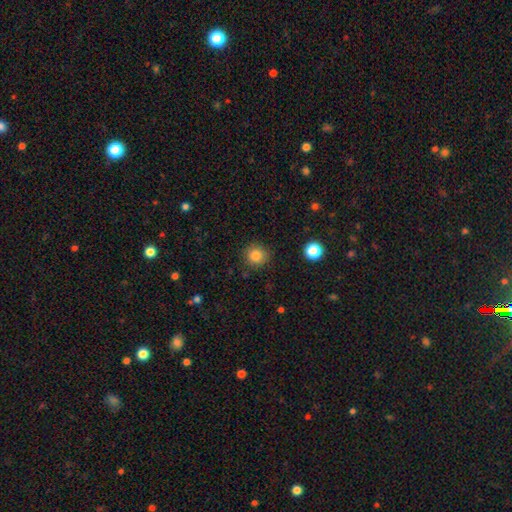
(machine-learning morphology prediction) Smooth or featured? smooth (84%)
How rounded? round (93%)
Merging? none (89%)